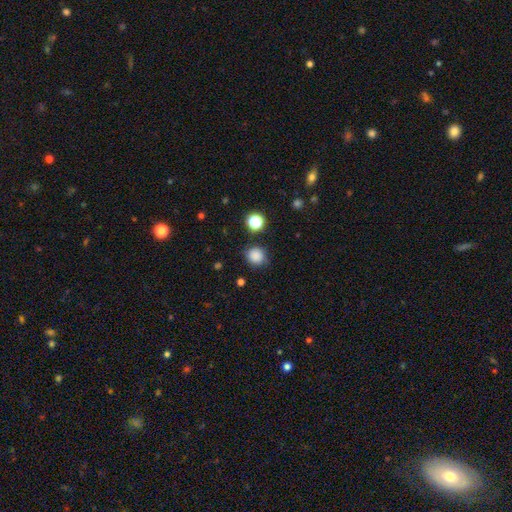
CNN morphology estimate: Smooth or featured?
  - smooth: 83% *
  - star or artifact: 13%
  - featured or disk: 4%
How rounded?
  - round: 87% *
  - in between: 12%
  - cigar-shaped: 1%
Merging?
  - none: 82% *
  - minor disturbance: 11%
  - major disturbance: 3%
  - merger: 3%